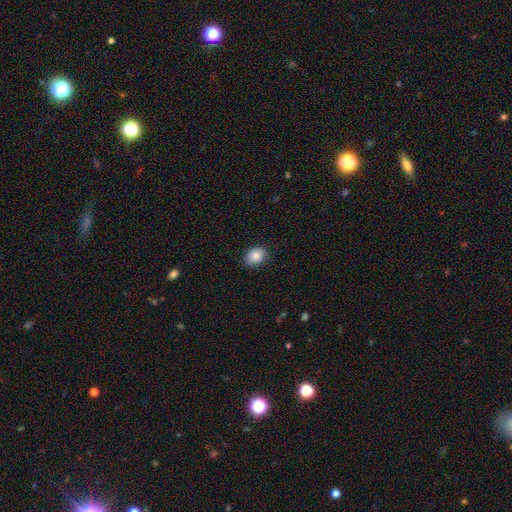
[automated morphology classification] A smooth galaxy with no disk features (87%) that is in between round and cigar-shaped (64%).

Vote fractions:
- Smooth or featured? smooth: 87% / star or artifact: 8% / featured or disk: 4%
- How rounded? in between: 64% / round: 35% / cigar-shaped: 1%
- Merging? none: 84% / minor disturbance: 12% / major disturbance: 3% / merger: 1%